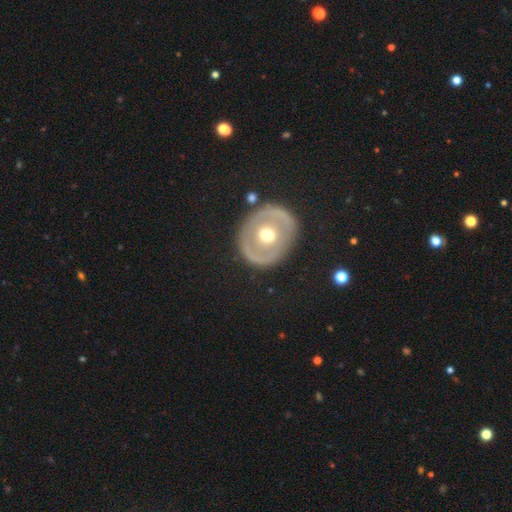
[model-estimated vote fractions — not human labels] Overall: featured or disk (62%; smooth 32%). Edge-on disk: no (94%). Bar: no (76%). Spiral arms: no (75%). Bulge size: moderate (78%). Merging: none (82%).